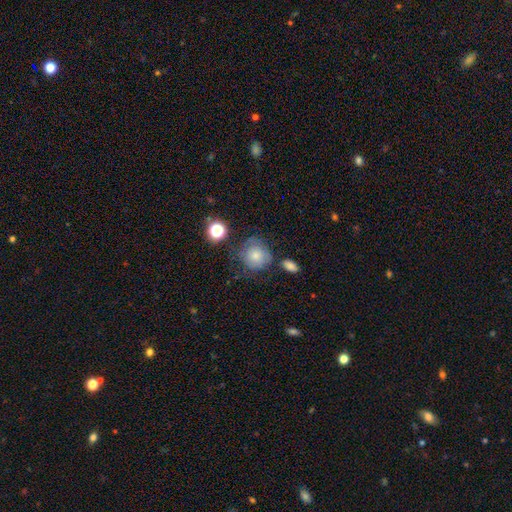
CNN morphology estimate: smooth-or-featured: smooth: 73% | featured or disk: 17% | star or artifact: 11%
  how-rounded: round: 84% | in between: 15% | cigar-shaped: 1%
  merging: none: 55% | minor disturbance: 25% | major disturbance: 11% | merger: 8%